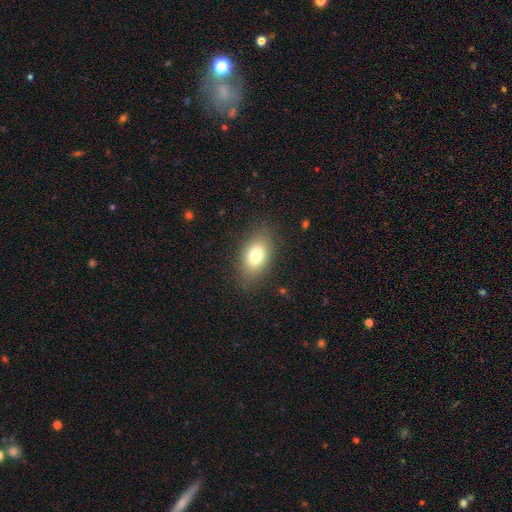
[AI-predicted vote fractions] A smooth galaxy with no disk features (77%) that is in between round and cigar-shaped (86%).

Vote fractions:
- Smooth or featured? smooth: 77% / featured or disk: 14% / star or artifact: 10%
- How rounded? in between: 86% / round: 12% / cigar-shaped: 3%
- Merging? none: 83% / minor disturbance: 12% / major disturbance: 4% / merger: 1%